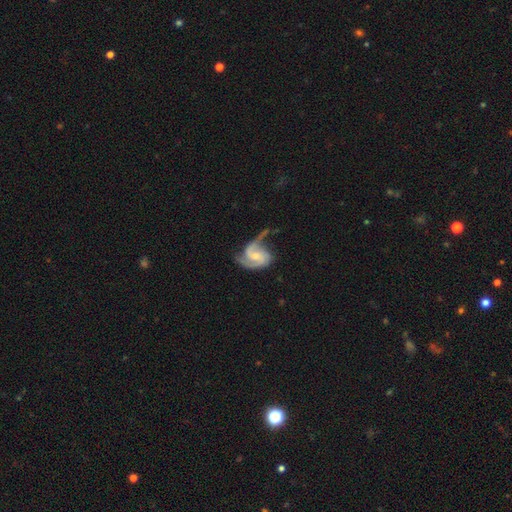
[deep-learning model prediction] Smooth or featured? featured or disk (86%)
Edge-on disk? no (98%)
Bar? no (47%)
Spiral arms? yes (96%)
Spiral winding? medium (48%)
Spiral arm count? 2 (77%)
Bulge size? small (53%)
Merging? none (41%)